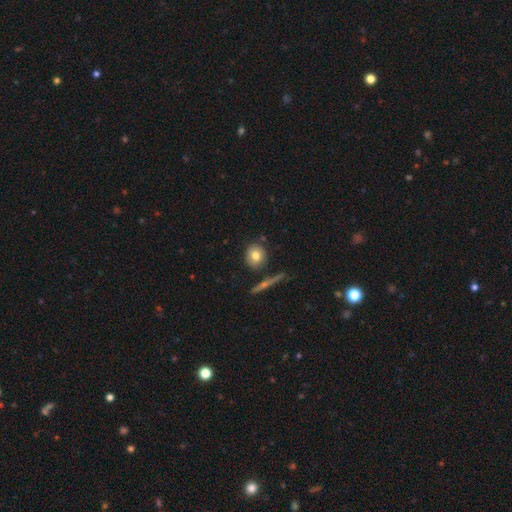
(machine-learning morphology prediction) This is likely a smooth galaxy (75%). How rounded: clearly round (84%). Merging: clearly none (81%).